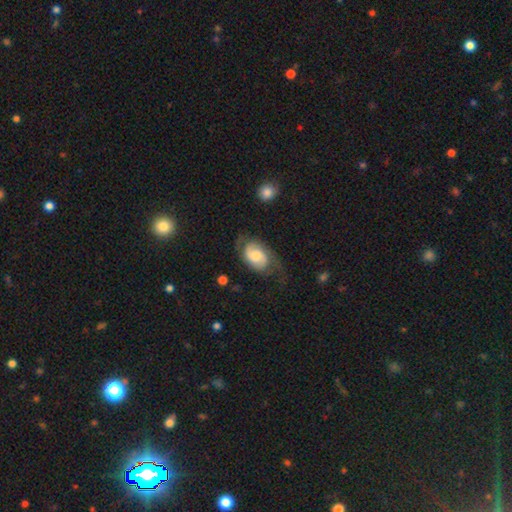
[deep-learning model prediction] Overall: featured or disk (58%; smooth 35%). Edge-on disk: no (96%). Bar: no (59%; weak 35%). Spiral arms: yes (89%). Bulge size: moderate (51%; small 25%). Merging: none (48%; minor disturbance 27%).